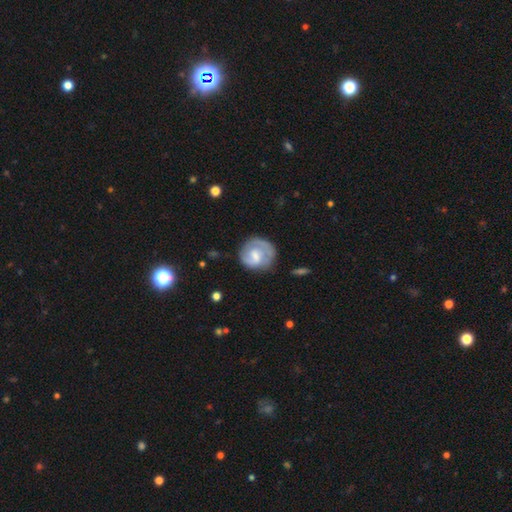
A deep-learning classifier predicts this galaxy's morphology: Smooth or featured? featured or disk (52%)
Edge-on disk? no (97%)
Bar? weak (48%)
Spiral arms? yes (72%)
Bulge size? moderate (44%)
Merging? none (63%)